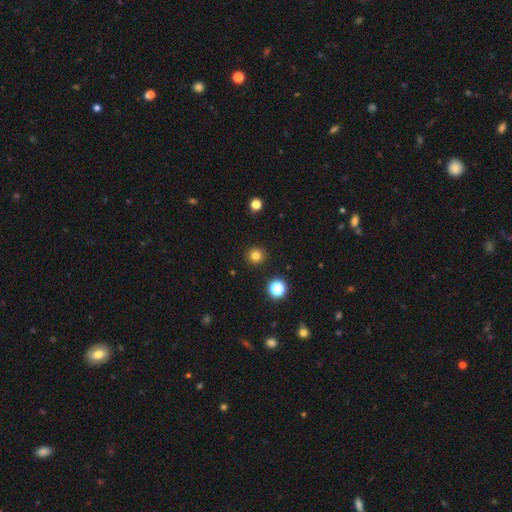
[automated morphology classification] Smooth or featured? smooth (80%)
How rounded? round (95%)
Merging? none (92%)